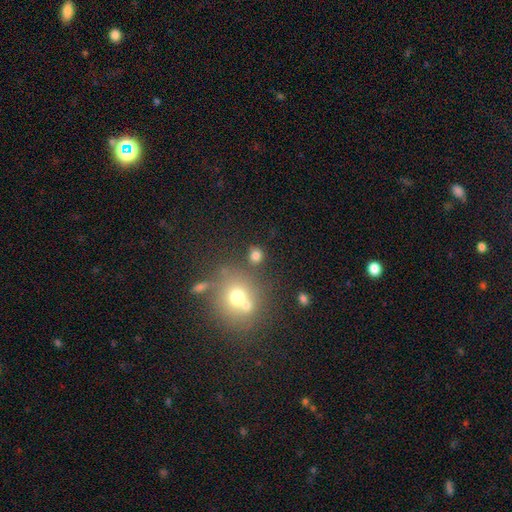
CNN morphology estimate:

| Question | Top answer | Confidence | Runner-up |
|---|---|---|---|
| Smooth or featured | smooth | 77% | star or artifact (16%) |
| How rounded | round | 81% | in between (18%) |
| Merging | none | 75% | merger (12%) |